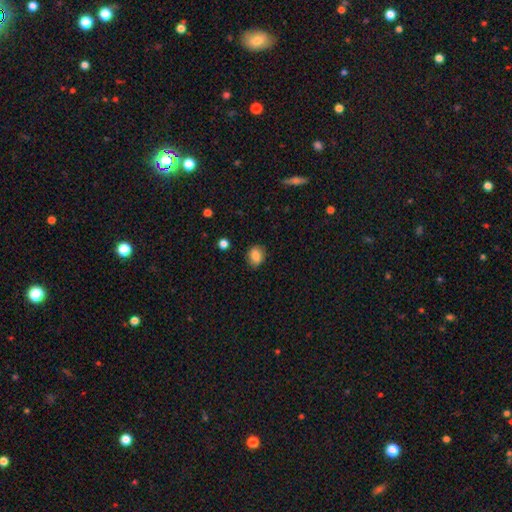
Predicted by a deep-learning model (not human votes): Morphology: type=smooth (84%); roundness=round (50%); merging=none (85%).